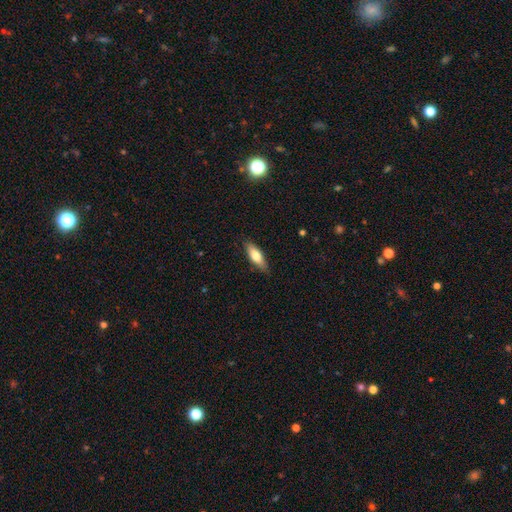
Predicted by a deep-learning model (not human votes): smooth 71%, featured or disk 23%, star or artifact 6%. Down the decision tree: how rounded — in between (57%); merging — none (83%).